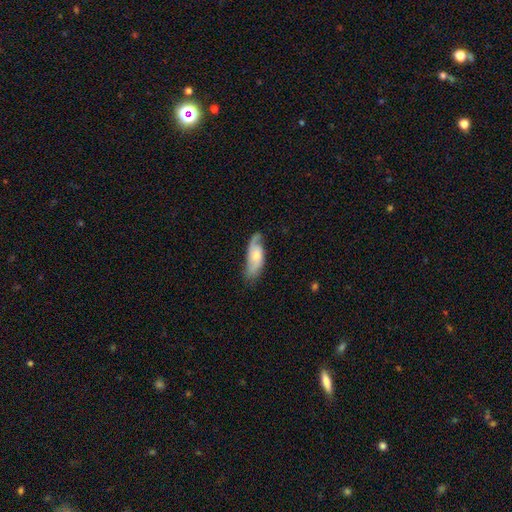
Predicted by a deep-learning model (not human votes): featured or disk 58%, smooth 36%, star or artifact 6%. Down the decision tree: edge-on disk — no (87%); bar — no (70%); spiral arms — yes (88%); bulge size — moderate (49%); merging — none (62%).